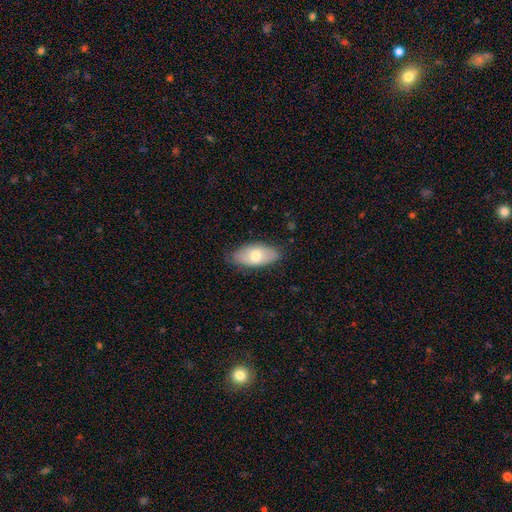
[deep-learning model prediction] smooth_or_featured: smooth (p=0.66) [alt: featured or disk p=0.28]
how_rounded: in between (p=0.92) [alt: cigar-shaped p=0.04]
merging: none (p=0.77) [alt: minor disturbance p=0.18]